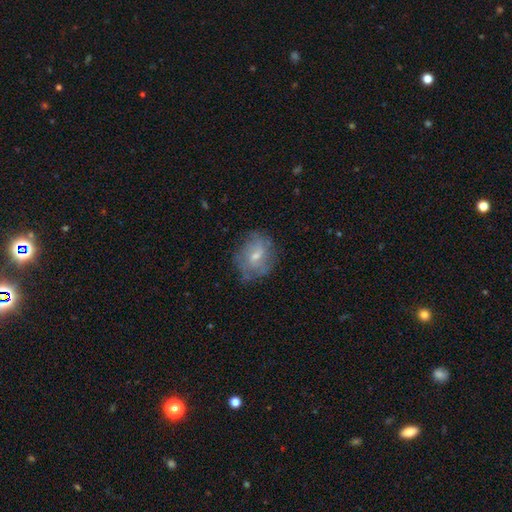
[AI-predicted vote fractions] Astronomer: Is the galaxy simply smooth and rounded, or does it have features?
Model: featured or disk — 55% (runner-up: smooth, 35%).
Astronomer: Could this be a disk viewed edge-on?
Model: no — 96%.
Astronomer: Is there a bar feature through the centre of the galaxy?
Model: no — 46% (runner-up: weak, 45%).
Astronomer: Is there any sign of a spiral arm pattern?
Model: yes — 68%.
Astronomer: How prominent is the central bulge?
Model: small — 50% (runner-up: moderate, 42%).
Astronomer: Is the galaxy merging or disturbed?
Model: none — 69%.